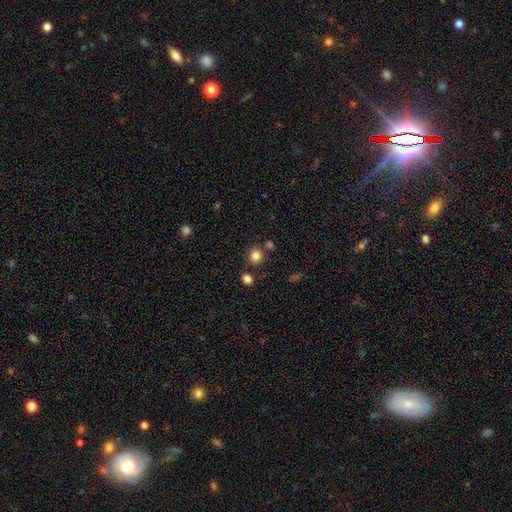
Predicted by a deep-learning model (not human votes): Morphology: type=smooth (84%); roundness=round (86%); merging=none (80%).